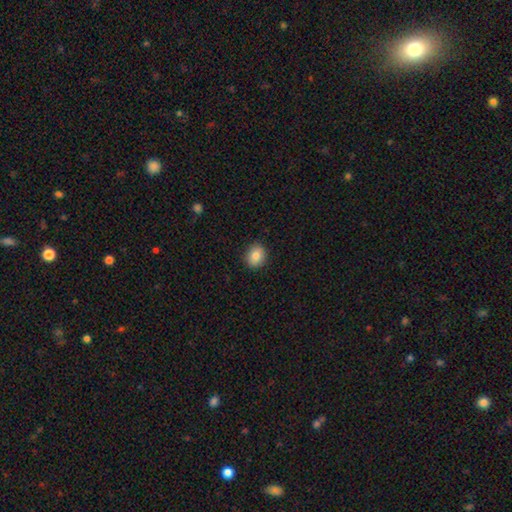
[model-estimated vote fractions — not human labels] The model was most divided on "how rounded": round: 63%, in between: 36%, cigar-shaped: 1%. More confident: merging — none (90%); smooth or featured — smooth (84%).